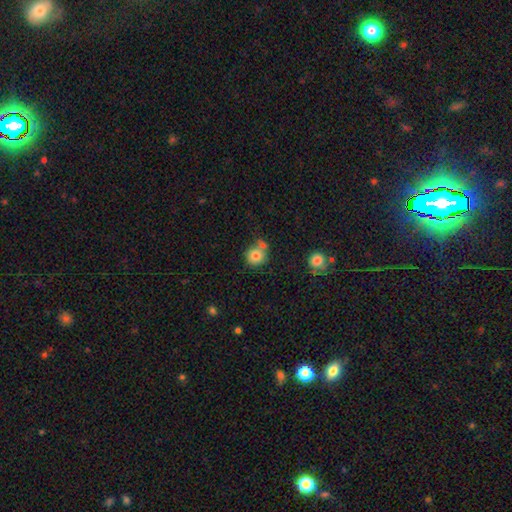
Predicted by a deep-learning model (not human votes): smooth_or_featured: smooth (p=0.79) [alt: star or artifact p=0.10]
how_rounded: round (p=0.87) [alt: in between p=0.12]
merging: none (p=0.57) [alt: merger p=0.26]